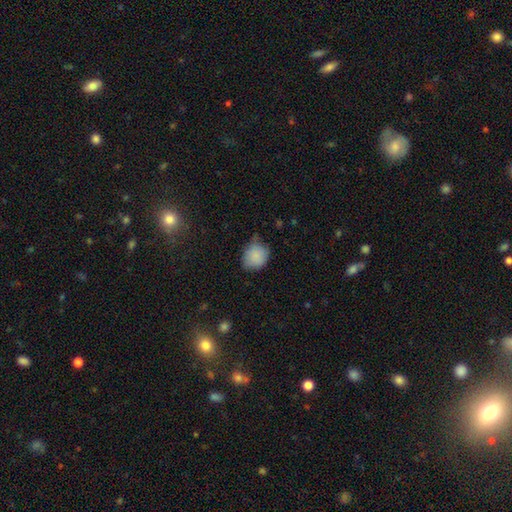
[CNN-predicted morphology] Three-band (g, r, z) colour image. It shows a smooth galaxy with no disk features (86%) that is round (67%). Merging: none (59%).